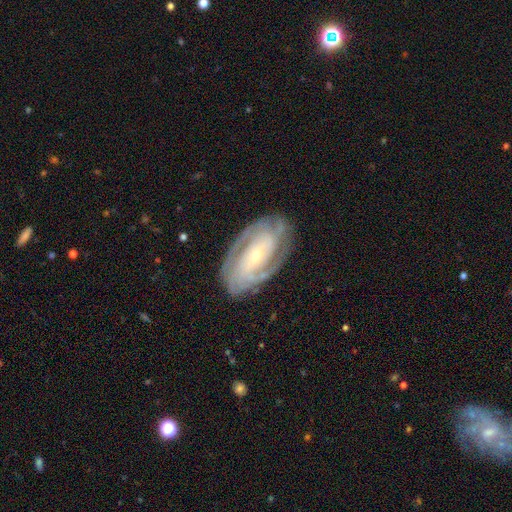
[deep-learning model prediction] Morphology: type=featured or disk (86%); edge-on=no (95%); bar=no (47%); spiral arms=yes (94%); winding=tight (69%); arm count=2 (36%); bulge=small (70%); merging=none (79%).